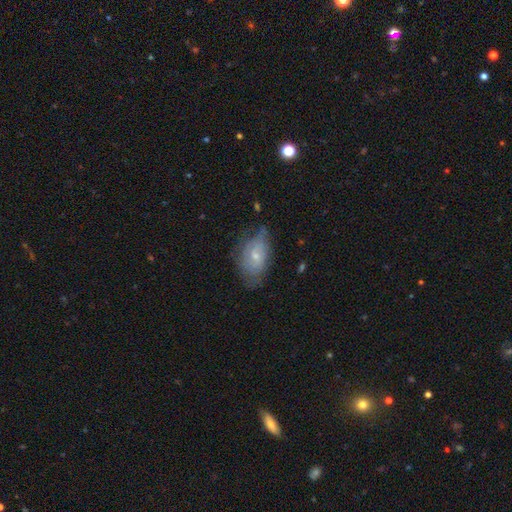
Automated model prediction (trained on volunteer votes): This is possibly a smooth galaxy (48%). Merging: possibly none (52%).